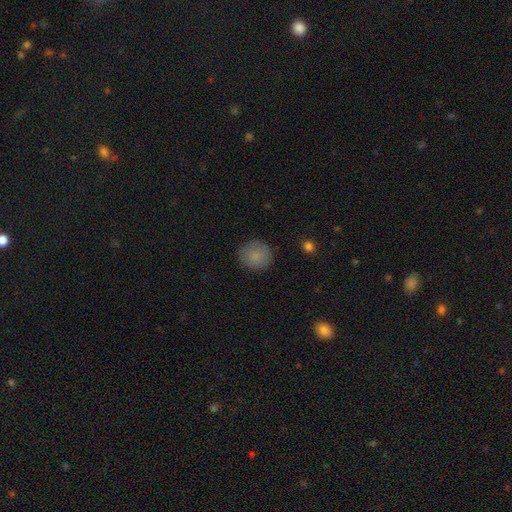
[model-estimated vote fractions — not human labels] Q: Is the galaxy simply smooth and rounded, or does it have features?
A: smooth — 84%.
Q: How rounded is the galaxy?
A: round — 89%.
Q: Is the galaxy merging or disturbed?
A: none — 84%.